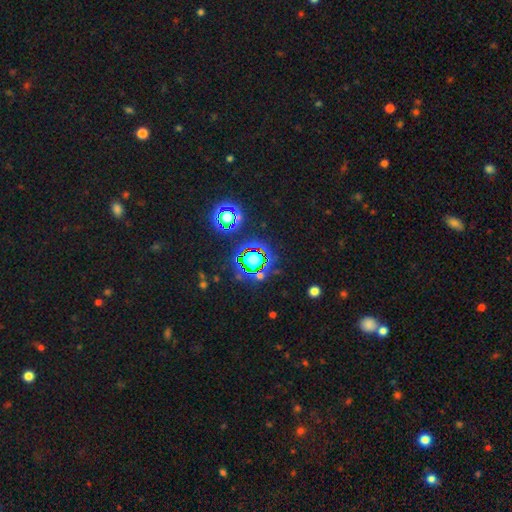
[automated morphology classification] This appears to be a star or artifact, not a galaxy (78%).